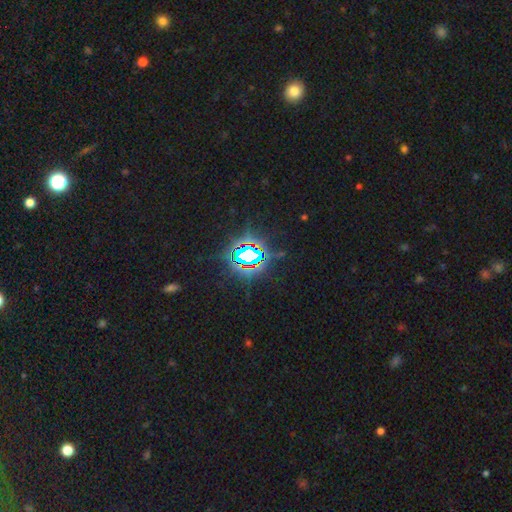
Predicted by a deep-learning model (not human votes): Smooth or featured? Predicted: star or artifact (p=0.77).